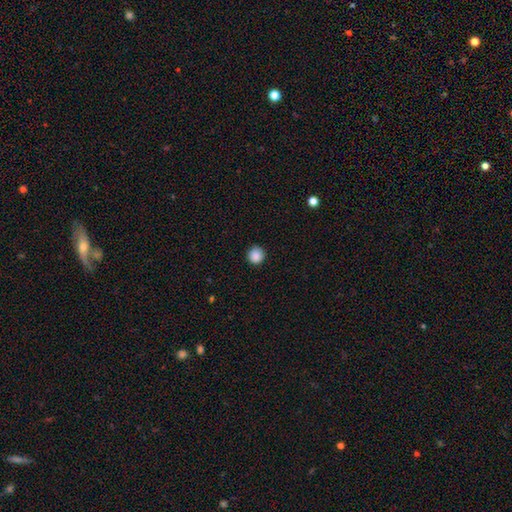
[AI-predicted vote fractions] The model was most divided on "smooth or featured": smooth: 88%, star or artifact: 10%, featured or disk: 2%. More confident: how rounded — round (94%); merging — none (90%).